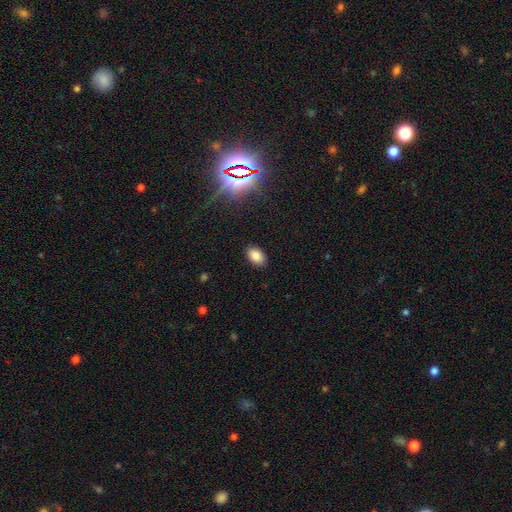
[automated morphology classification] Smooth or featured? Predicted: smooth (p=0.83). How rounded? Predicted: in between (p=0.88). Merging? Predicted: none (p=0.88).